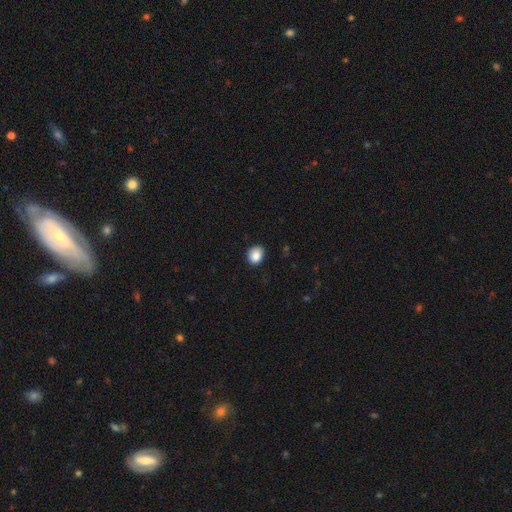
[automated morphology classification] smooth_or_featured: smooth (p=0.88) [alt: star or artifact p=0.09]
how_rounded: round (p=0.62) [alt: in between p=0.37]
merging: none (p=0.86) [alt: minor disturbance p=0.11]